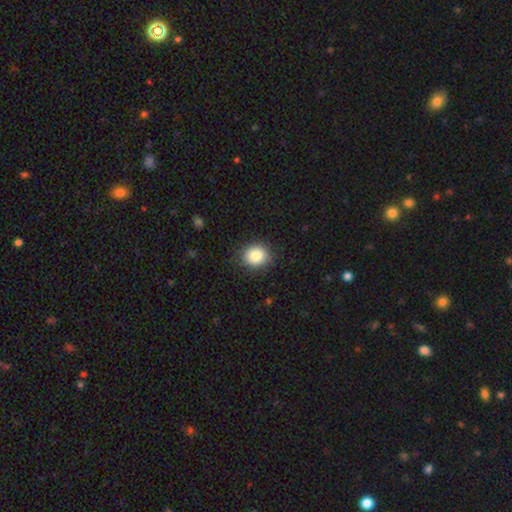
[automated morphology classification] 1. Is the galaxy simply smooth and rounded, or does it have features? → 85% smooth, 9% star or artifact, 6% featured or disk.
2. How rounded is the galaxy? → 80% round, 20% in between, 1% cigar-shaped.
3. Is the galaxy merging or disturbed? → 88% none, 9% minor disturbance, 2% major disturbance, 1% merger.